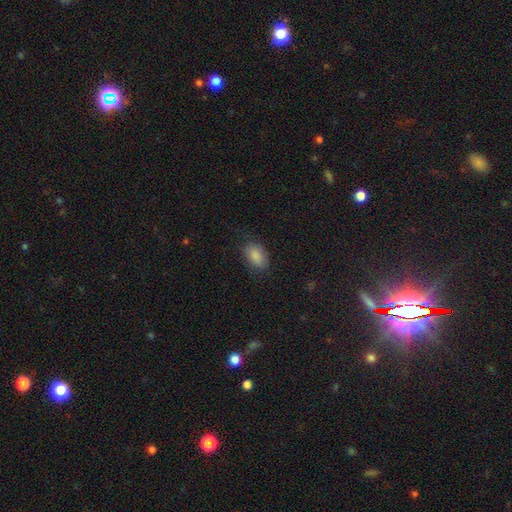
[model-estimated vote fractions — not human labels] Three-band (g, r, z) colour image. It shows a smooth galaxy with no disk features (87%) that is in between round and cigar-shaped (90%). Merging: none (77%).